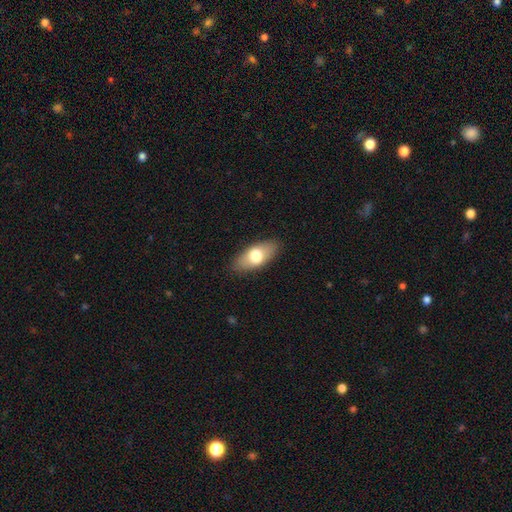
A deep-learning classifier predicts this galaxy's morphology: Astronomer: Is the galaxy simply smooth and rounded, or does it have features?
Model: smooth — 69%.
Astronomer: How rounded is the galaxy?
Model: in between — 86%.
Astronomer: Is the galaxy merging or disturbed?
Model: none — 86%.